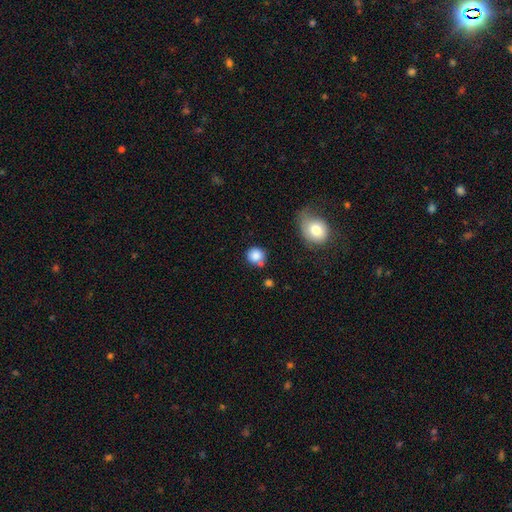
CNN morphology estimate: Smooth or featured: smooth — 85% (star or artifact — 10%)
How rounded: round — 89% (in between — 10%)
Merging: none — 65% (minor disturbance — 16%)